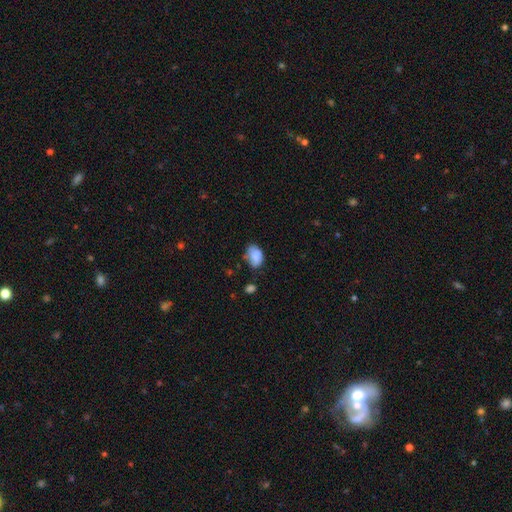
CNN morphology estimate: The model was most divided on "merging": none: 48%, minor disturbance: 34%, major disturbance: 11%, merger: 7%. More confident: how rounded — in between (84%); smooth or featured — smooth (75%).